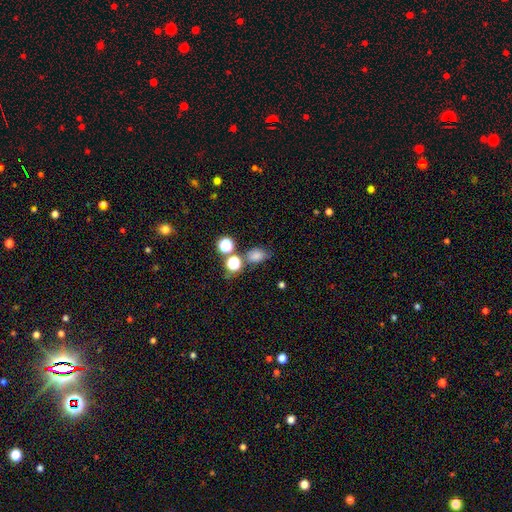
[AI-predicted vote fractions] A smooth galaxy with no disk features (73%) that is in between round and cigar-shaped (62%). Merging: none (58%).